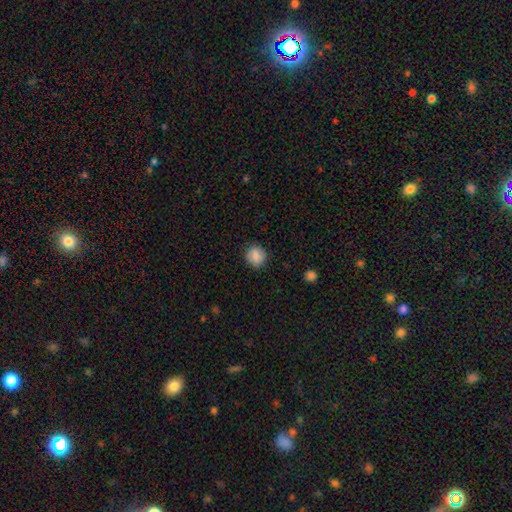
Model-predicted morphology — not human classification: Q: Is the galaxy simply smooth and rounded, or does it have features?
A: smooth — 83%.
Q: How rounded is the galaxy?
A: round — 85%.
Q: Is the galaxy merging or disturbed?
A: none — 87%.